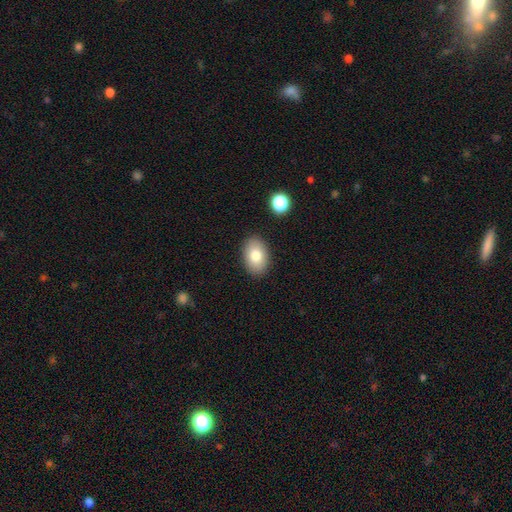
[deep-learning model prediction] smooth_or_featured: smooth (p=0.80) [alt: featured or disk p=0.12]
how_rounded: in between (p=0.88) [alt: round p=0.11]
merging: none (p=0.88) [alt: minor disturbance p=0.08]